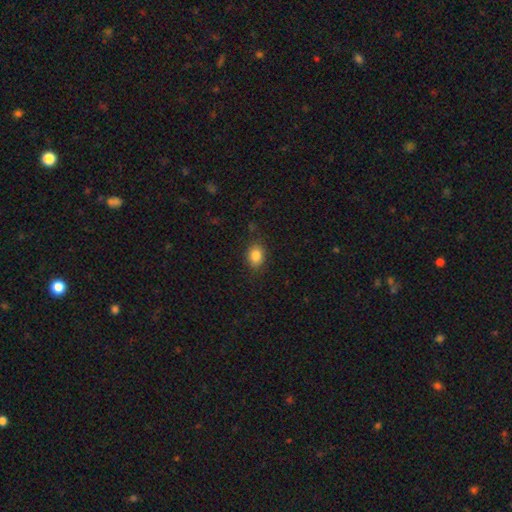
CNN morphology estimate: Overall: smooth (84%). How rounded: in between (60%; round 39%). Merging: none (83%).